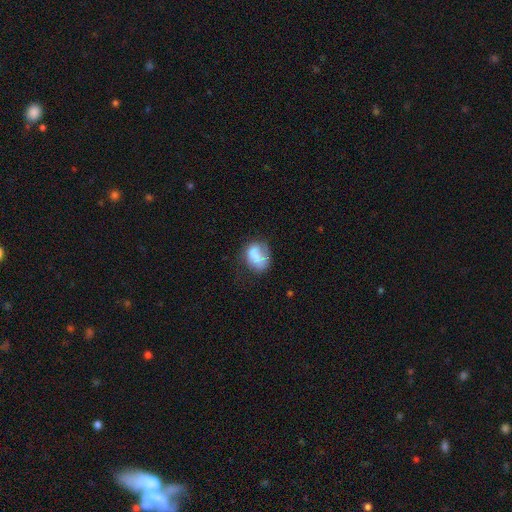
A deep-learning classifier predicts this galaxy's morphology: A smooth galaxy with no disk features (72%) that is in between round and cigar-shaped (68%). Merging: none (42%).